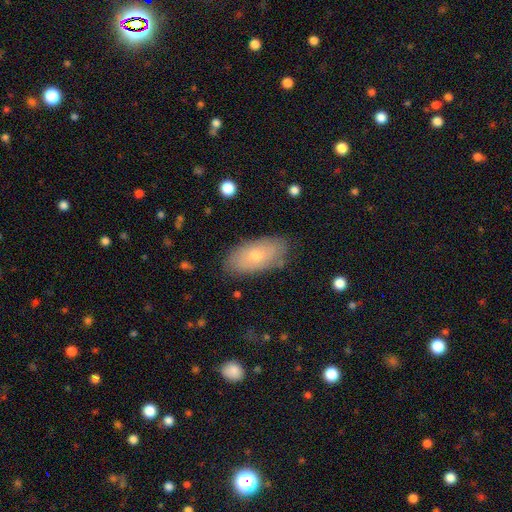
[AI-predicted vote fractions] smooth-or-featured: smooth: 61% | featured or disk: 31% | star or artifact: 8%
  how-rounded: in between: 92% | cigar-shaped: 4% | round: 4%
  merging: none: 82% | minor disturbance: 14% | major disturbance: 3% | merger: 1%